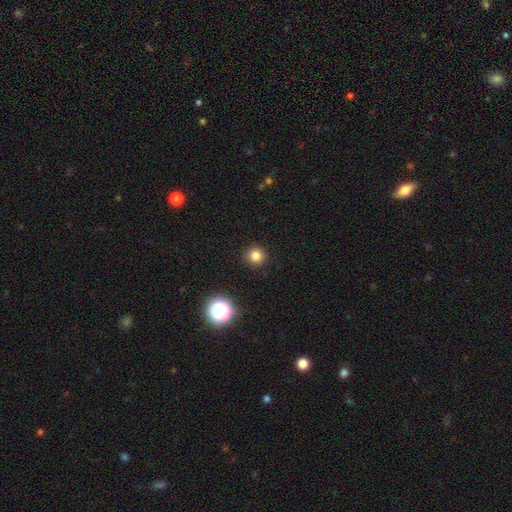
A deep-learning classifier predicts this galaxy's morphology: smooth 81%, star or artifact 14%, featured or disk 5%. Down the decision tree: how rounded — round (94%); merging — none (91%).